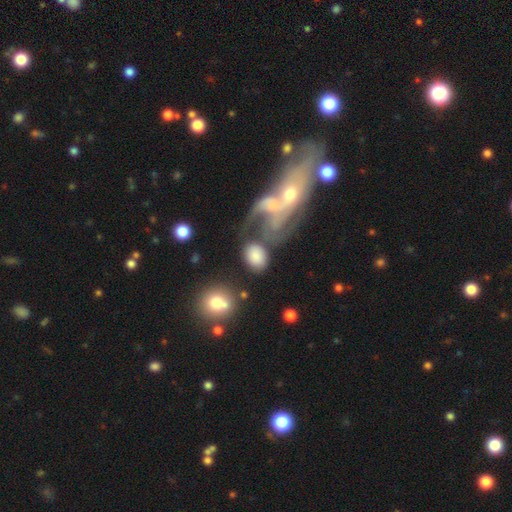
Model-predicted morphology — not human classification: This is likely a smooth galaxy (73%). How rounded: likely in between (69%). Merging: marginally none (43%).